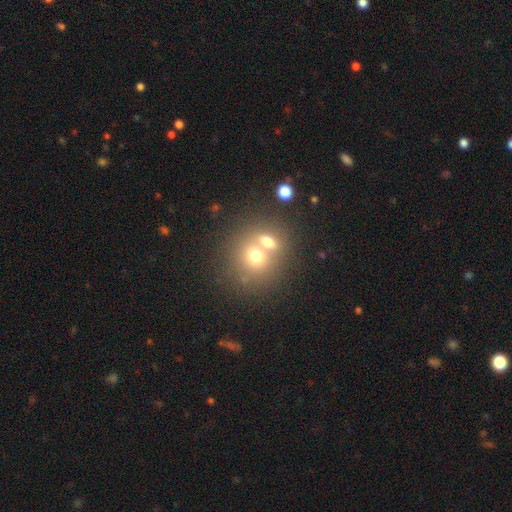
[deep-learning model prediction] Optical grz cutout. It shows a smooth galaxy with no disk features (67%) that is round (78%). Merging: merger (55%).